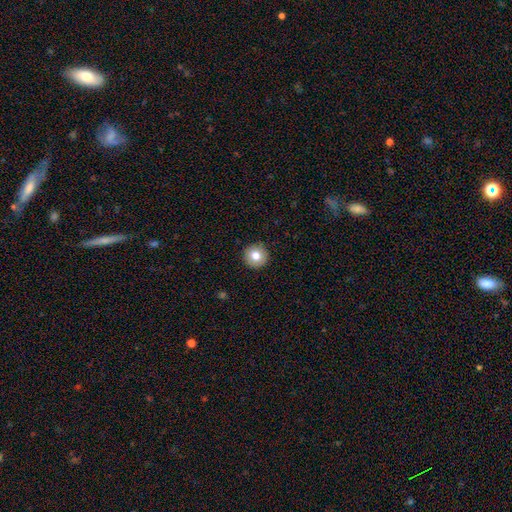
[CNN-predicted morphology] Smooth or featured: smooth — 78% (featured or disk — 13%)
How rounded: round — 95% (in between — 4%)
Merging: none — 92% (minor disturbance — 6%)